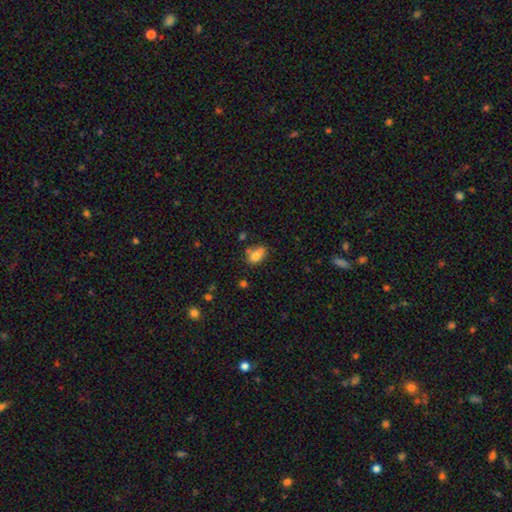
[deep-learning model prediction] smooth 77%, featured or disk 12%, star or artifact 11%. Down the decision tree: how rounded — in between (80%); merging — none (44%).